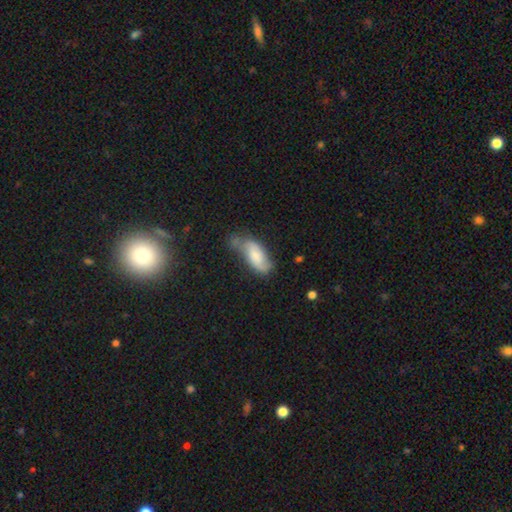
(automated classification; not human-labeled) This is likely a smooth galaxy (64%). How rounded: clearly in between (82%). Merging: marginally minor disturbance (35%, tied with none).